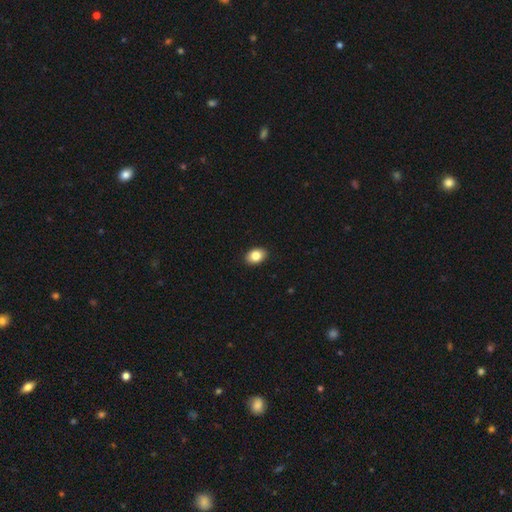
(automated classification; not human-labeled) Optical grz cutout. It shows a smooth galaxy with no disk features (84%) that is in between round and cigar-shaped (77%). Merging: none (91%).